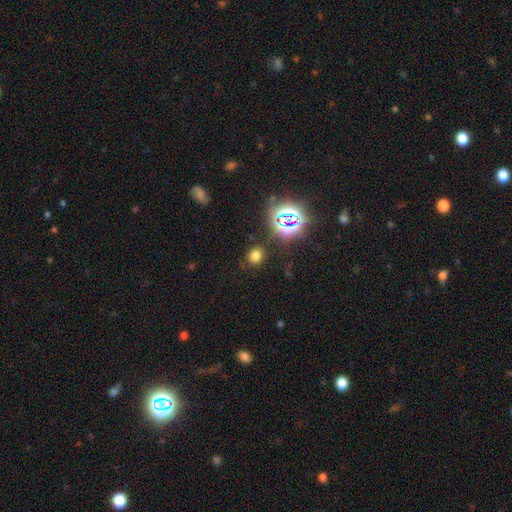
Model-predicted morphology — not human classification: smooth-or-featured: smooth: 66% | star or artifact: 27% | featured or disk: 7%
  how-rounded: round: 70% | in between: 29% | cigar-shaped: 1%
  merging: none: 83% | minor disturbance: 10% | major disturbance: 4% | merger: 3%